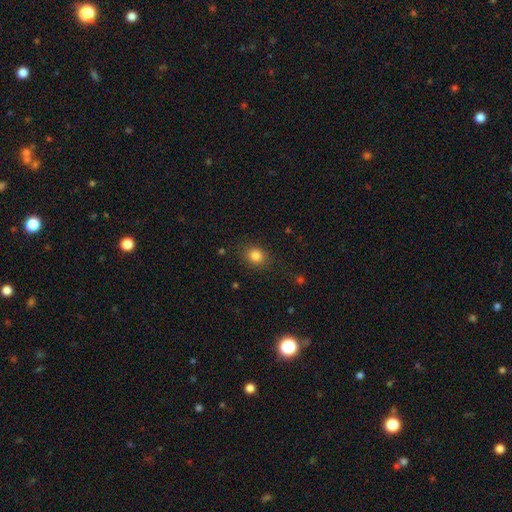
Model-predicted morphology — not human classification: A smooth galaxy with no disk features (83%) that is round (63%).

Vote fractions:
- Smooth or featured? smooth: 83% / star or artifact: 11% / featured or disk: 6%
- How rounded? round: 63% / in between: 36% / cigar-shaped: 1%
- Merging? none: 84% / minor disturbance: 11% / major disturbance: 4% / merger: 1%